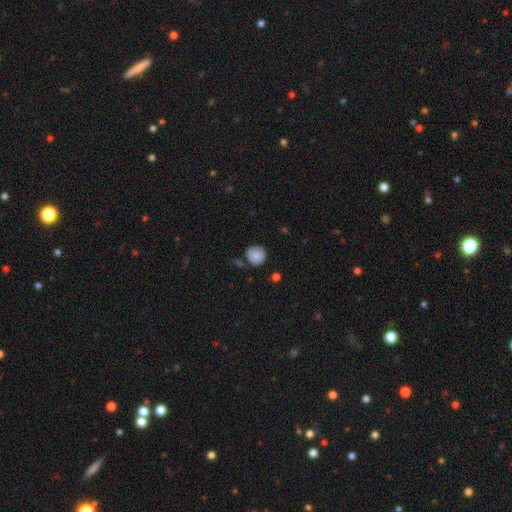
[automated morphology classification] Smooth or featured? Predicted: smooth (p=0.85). How rounded? Predicted: round (p=0.90). Merging? Predicted: none (p=0.72).